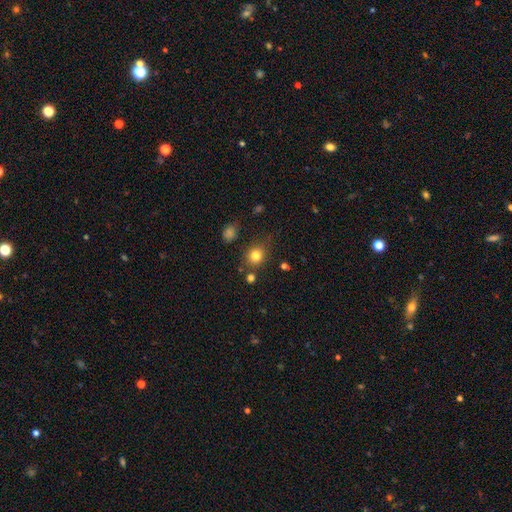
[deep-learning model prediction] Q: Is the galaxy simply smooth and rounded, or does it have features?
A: smooth — 80%.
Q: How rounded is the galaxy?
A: round — 76%.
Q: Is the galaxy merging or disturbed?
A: none — 76%.